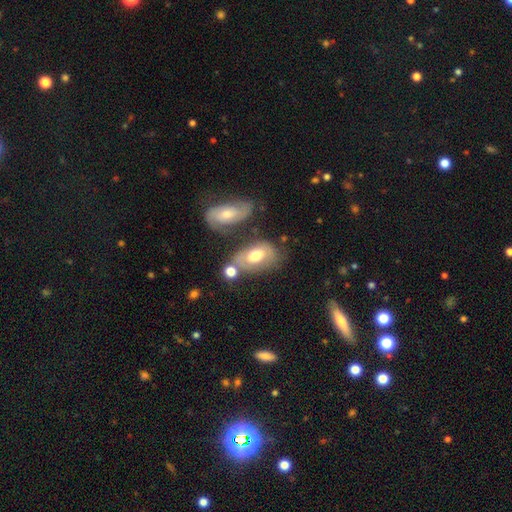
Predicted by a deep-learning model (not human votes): The model was most divided on "smooth or featured": smooth: 47%, featured or disk: 46%, star or artifact: 7%. Remaining: merging — none (43%).